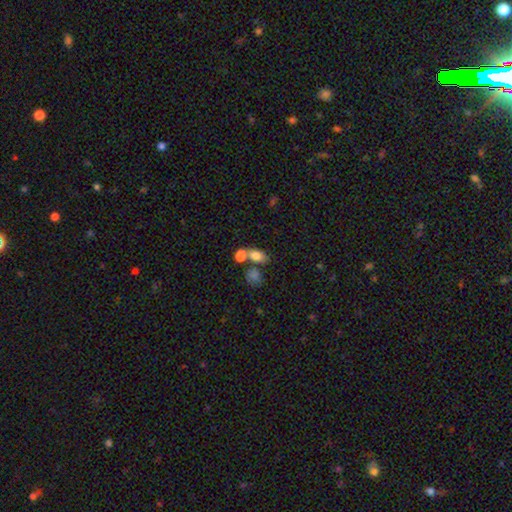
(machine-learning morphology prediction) This appears to be a smooth galaxy with no disk features (78%) that is in between round and cigar-shaped (82%). Merging: merger (43%).